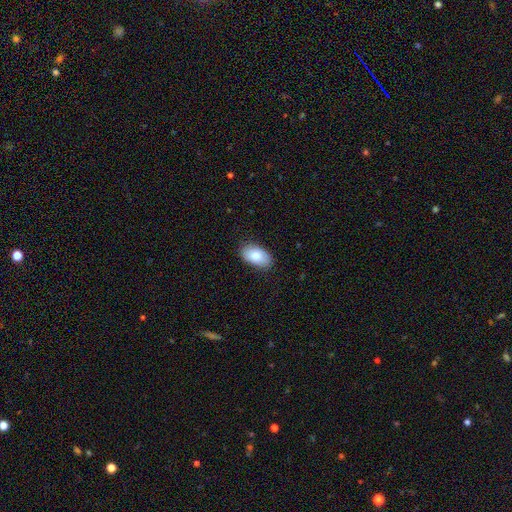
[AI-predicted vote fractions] Overall: smooth (79%). How rounded: in between (93%). Merging: none (84%).